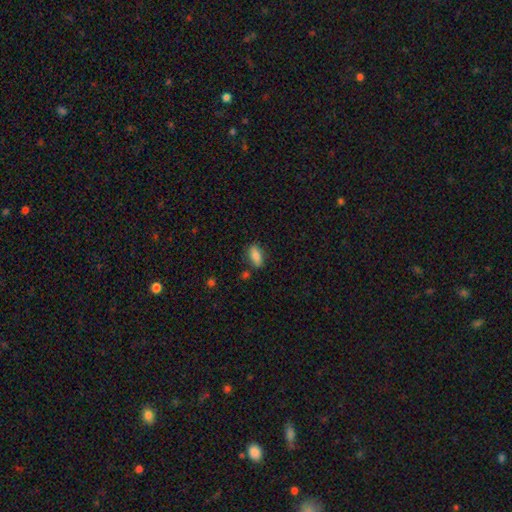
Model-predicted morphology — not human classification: A smooth galaxy with no disk features (82%) that is in between round and cigar-shaped (82%). Merging: none (81%).